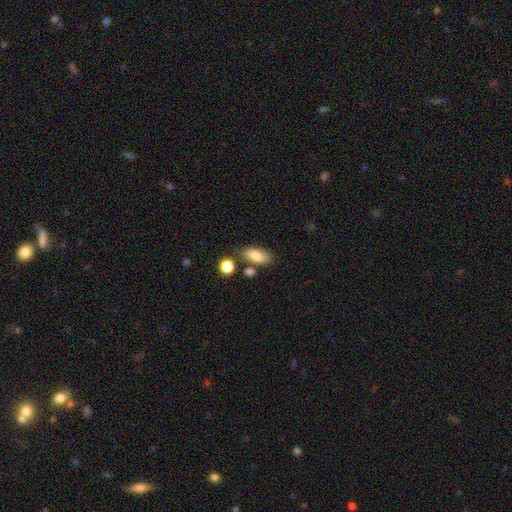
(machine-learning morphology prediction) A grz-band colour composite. It shows a smooth galaxy with no disk features (82%) that is in between round and cigar-shaped (85%). Merging: none (69%).